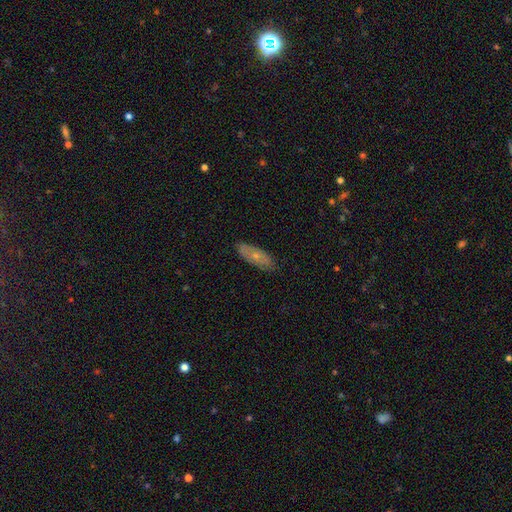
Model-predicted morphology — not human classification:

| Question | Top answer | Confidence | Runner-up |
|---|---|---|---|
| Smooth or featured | smooth | 56% | featured or disk (37%) |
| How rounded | in between | 65% | cigar-shaped (32%) |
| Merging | none | 85% | minor disturbance (12%) |